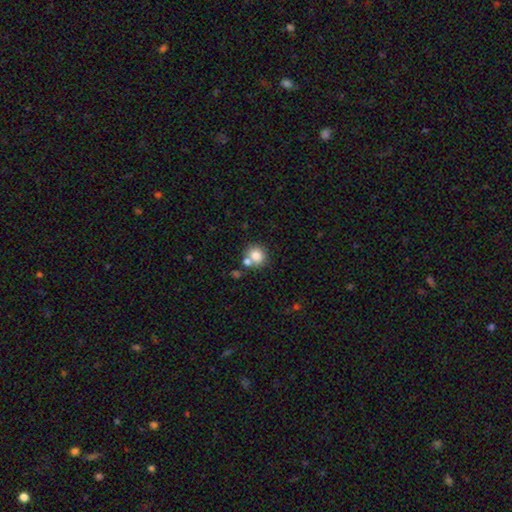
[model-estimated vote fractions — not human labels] This is clearly a smooth galaxy (80%). How rounded: clearly round (82%). Merging: possibly none (59%).